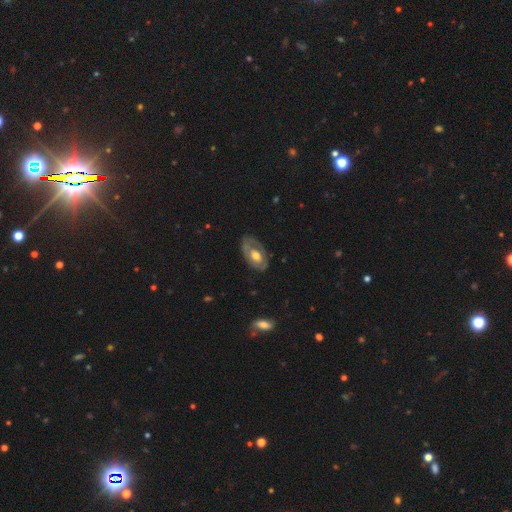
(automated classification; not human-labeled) Smooth or featured? Predicted: featured or disk (p=0.60). Edge-on disk? Predicted: no (p=0.91). Bar? Predicted: no (p=0.75). Spiral arms? Predicted: no (p=0.61). Bulge size? Predicted: moderate (p=0.68). Merging? Predicted: none (p=0.69).